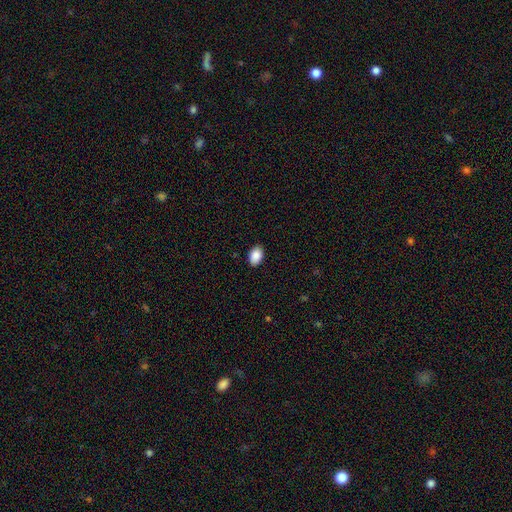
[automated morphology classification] A smooth galaxy with no disk features (90%) that is in between round and cigar-shaped (87%).

Vote fractions:
- Smooth or featured? smooth: 90% / star or artifact: 7% / featured or disk: 3%
- How rounded? in between: 87% / round: 12% / cigar-shaped: 1%
- Merging? none: 89% / minor disturbance: 9% / major disturbance: 2% / merger: 1%